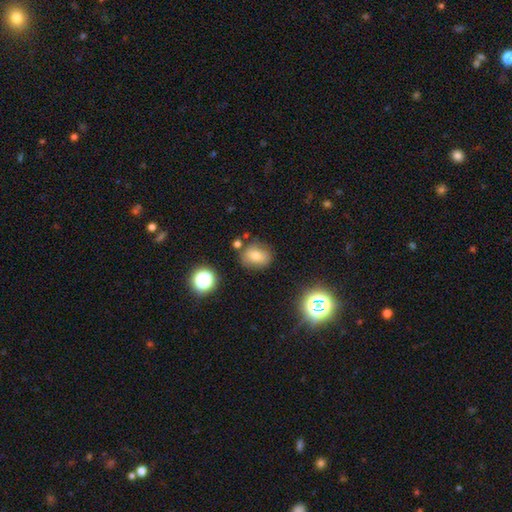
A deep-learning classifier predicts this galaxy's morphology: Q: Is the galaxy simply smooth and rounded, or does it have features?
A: smooth — 72%.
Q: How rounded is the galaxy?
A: in between — 52%.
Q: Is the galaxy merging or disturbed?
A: none — 74%.